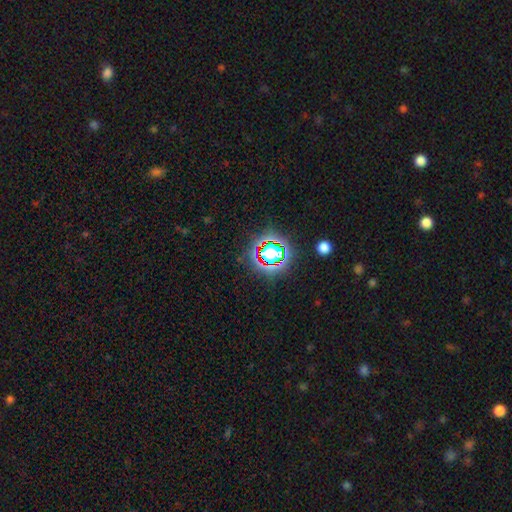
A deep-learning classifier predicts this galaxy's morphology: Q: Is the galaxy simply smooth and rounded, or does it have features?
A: star or artifact — 79%.